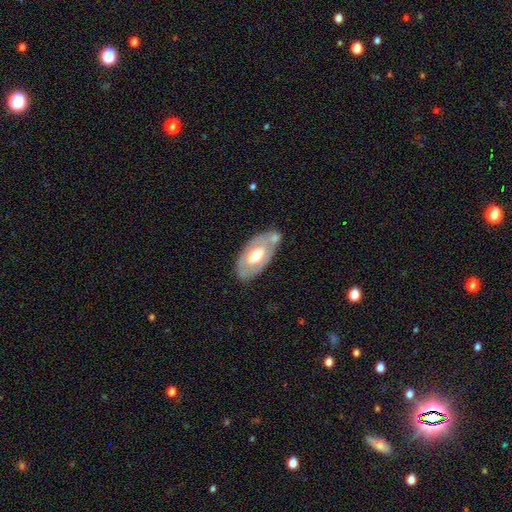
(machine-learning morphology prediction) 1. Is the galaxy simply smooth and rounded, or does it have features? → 56% featured or disk, 39% smooth, 5% star or artifact.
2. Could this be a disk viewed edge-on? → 86% no, 14% yes.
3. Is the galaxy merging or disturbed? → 61% none, 20% minor disturbance, 12% merger, 6% major disturbance.